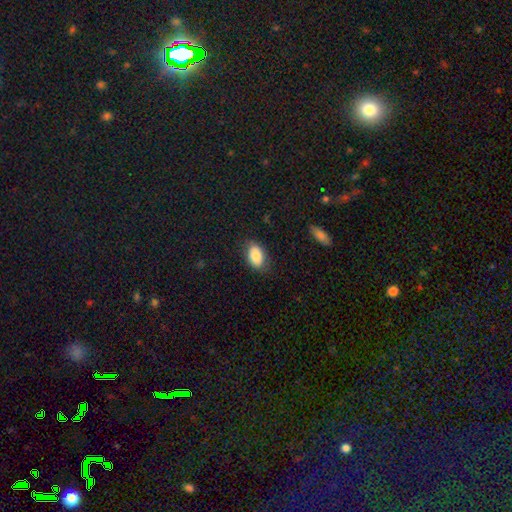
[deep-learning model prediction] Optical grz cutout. It shows a smooth galaxy with no disk features (85%) that is in between round and cigar-shaped (90%). Merging: none (79%).